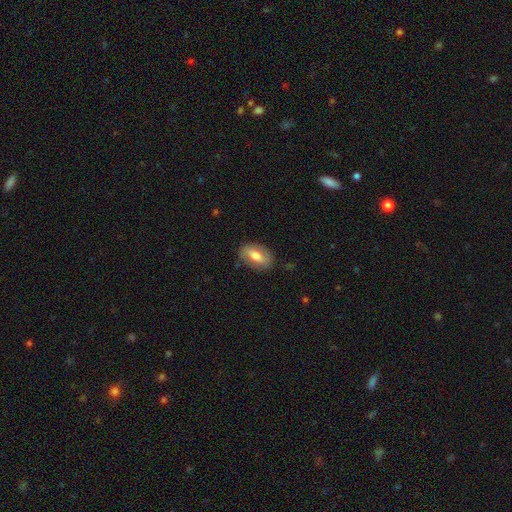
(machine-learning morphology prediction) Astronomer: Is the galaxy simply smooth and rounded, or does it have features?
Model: smooth — 61%.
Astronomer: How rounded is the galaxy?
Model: in between — 89%.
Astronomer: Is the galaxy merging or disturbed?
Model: none — 82%.